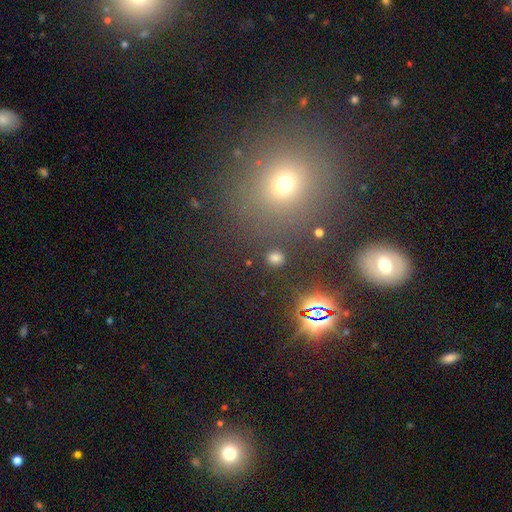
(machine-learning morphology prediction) smooth 47%, star or artifact 42%, featured or disk 11%. Down the decision tree: merging — none (83%).